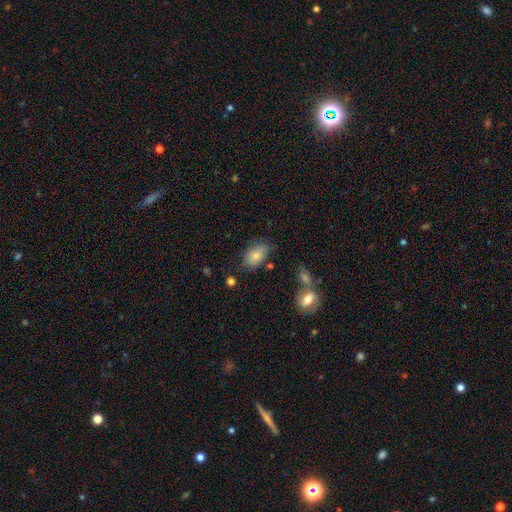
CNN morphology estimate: smooth-or-featured: smooth: 80% | featured or disk: 12% | star or artifact: 8%
  how-rounded: in between: 89% | round: 9% | cigar-shaped: 2%
  merging: none: 64% | minor disturbance: 24% | major disturbance: 7% | merger: 5%